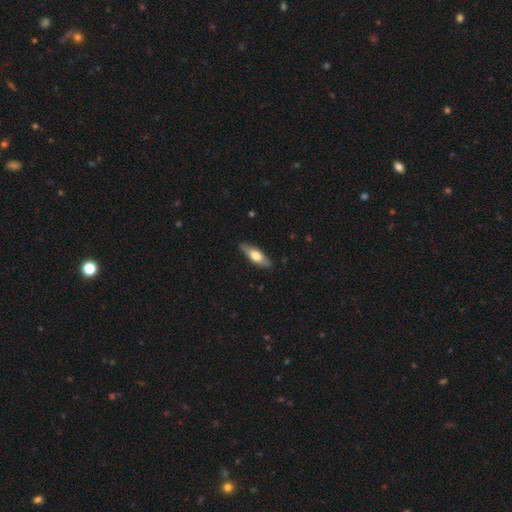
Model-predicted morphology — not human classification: Smooth or featured? smooth (57%)
How rounded? in between (52%)
Merging? none (86%)